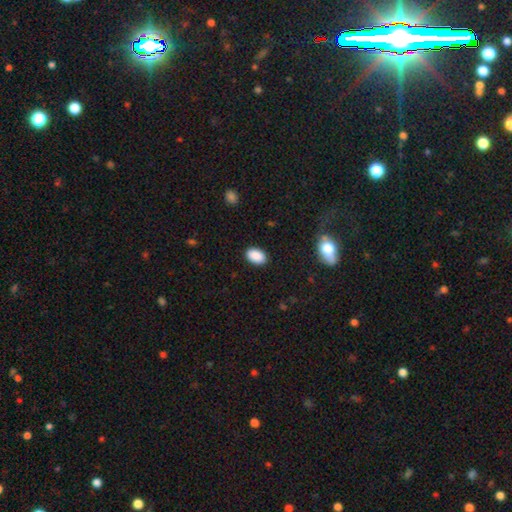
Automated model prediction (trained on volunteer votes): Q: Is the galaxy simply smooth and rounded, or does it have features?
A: smooth — 90%.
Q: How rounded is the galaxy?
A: in between — 89%.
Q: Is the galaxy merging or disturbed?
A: none — 89%.